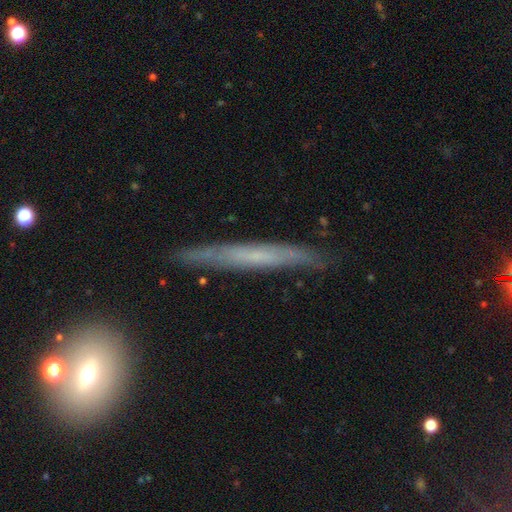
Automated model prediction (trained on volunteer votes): A featured or disk galaxy (54%) viewed edge-on (90%). Merging: none (82%).